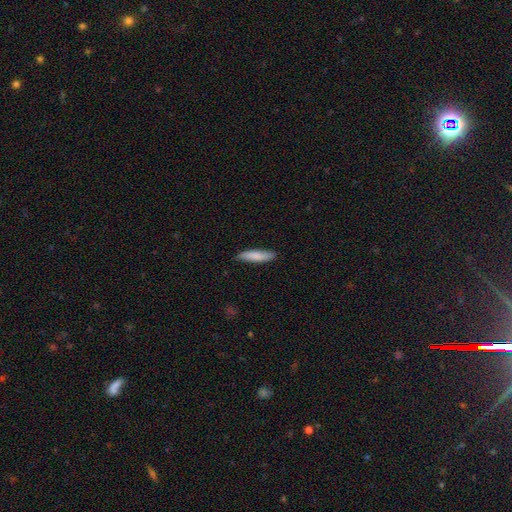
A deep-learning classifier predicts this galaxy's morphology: This appears to be a smooth galaxy with no disk features (81%) that is cigar-shaped (77%). Merging: none (82%).